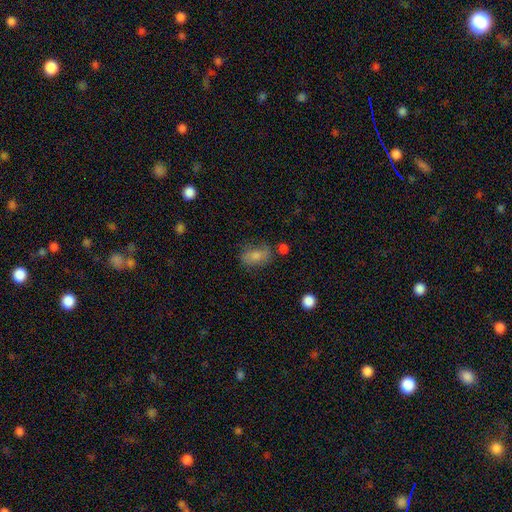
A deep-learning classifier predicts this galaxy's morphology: smooth 64%, featured or disk 22%, star or artifact 14%. Down the decision tree: how rounded — in between (76%); merging — none (64%).